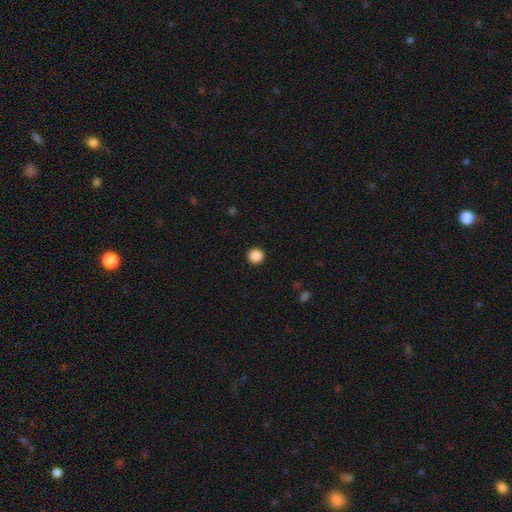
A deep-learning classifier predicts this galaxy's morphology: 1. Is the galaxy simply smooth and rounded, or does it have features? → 88% smooth, 10% star or artifact, 2% featured or disk.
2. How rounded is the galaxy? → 95% round, 4% in between, 1% cigar-shaped.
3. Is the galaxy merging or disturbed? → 93% none, 4% minor disturbance, 2% major disturbance, 1% merger.